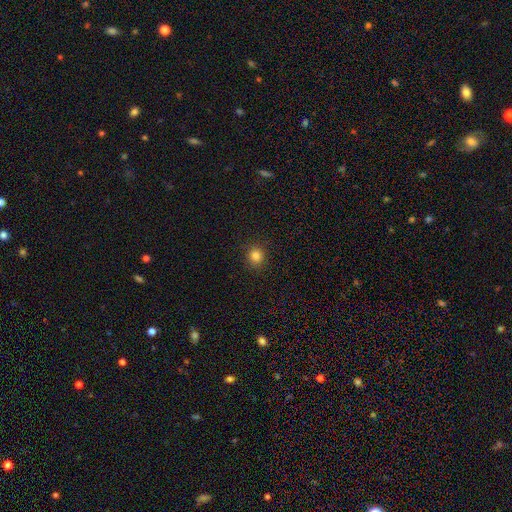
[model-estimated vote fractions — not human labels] This is clearly a smooth galaxy (83%). How rounded: clearly round (85%). Merging: clearly none (91%).